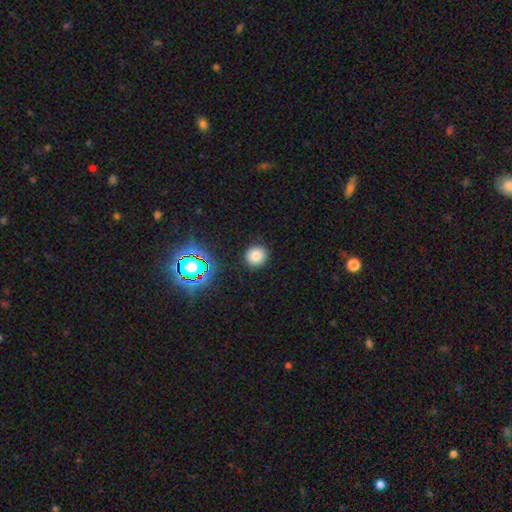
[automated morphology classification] Smooth or featured? smooth (78%)
How rounded? round (89%)
Merging? none (90%)